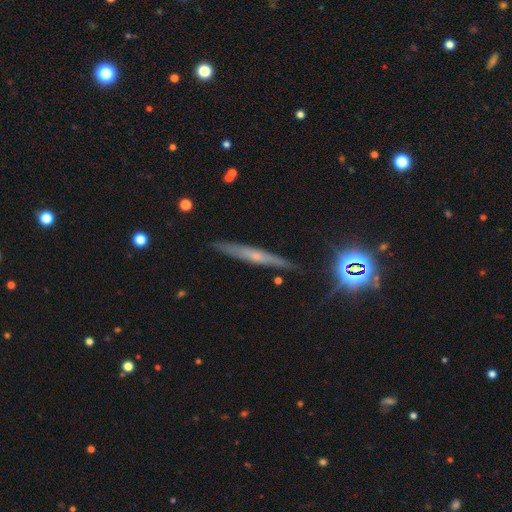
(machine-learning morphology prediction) Smooth or featured?
  - featured or disk: 53% *
  - smooth: 34%
  - star or artifact: 13%
Edge-on disk?
  - yes: 93% *
  - no: 7%
Merging?
  - none: 85% *
  - minor disturbance: 11%
  - major disturbance: 2%
  - merger: 2%